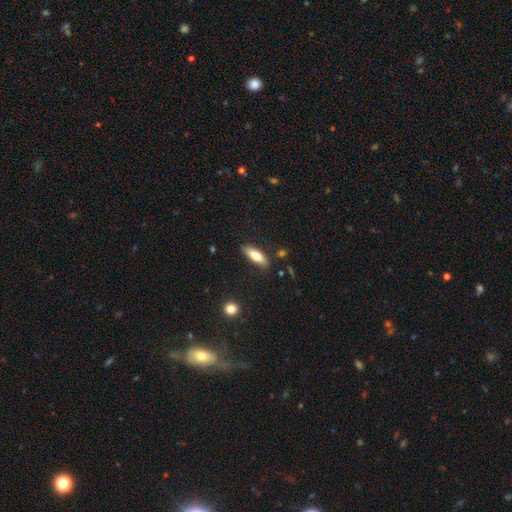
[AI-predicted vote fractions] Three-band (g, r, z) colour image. It shows a smooth galaxy with no disk features (75%) that is in between round and cigar-shaped (52%). Merging: none (83%).